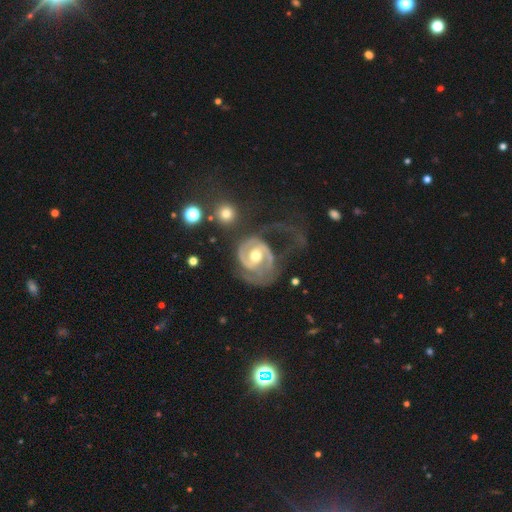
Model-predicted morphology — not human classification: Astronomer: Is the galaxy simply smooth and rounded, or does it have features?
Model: featured or disk — 89%.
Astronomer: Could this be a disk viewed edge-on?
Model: no — 98%.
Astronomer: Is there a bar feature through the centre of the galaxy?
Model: weak — 40%, tied with no at 40%.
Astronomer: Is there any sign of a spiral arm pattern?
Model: yes — 94%.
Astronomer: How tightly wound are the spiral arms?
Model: tight — 44% (runner-up: medium, 41%).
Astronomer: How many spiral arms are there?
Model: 2 — 70%.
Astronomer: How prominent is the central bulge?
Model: moderate — 75%.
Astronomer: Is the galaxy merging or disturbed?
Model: major disturbance — 40% (runner-up: none, 36%).